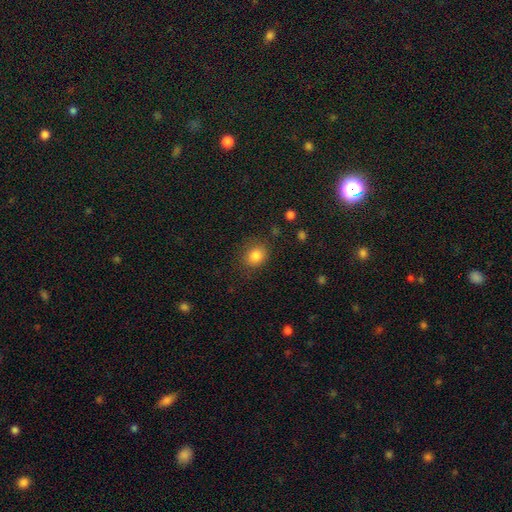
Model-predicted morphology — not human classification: A smooth galaxy with no disk features (84%) that is round (68%).

Vote fractions:
- Smooth or featured? smooth: 84% / star or artifact: 10% / featured or disk: 6%
- How rounded? round: 68% / in between: 31% / cigar-shaped: 1%
- Merging? none: 82% / minor disturbance: 12% / major disturbance: 4% / merger: 1%